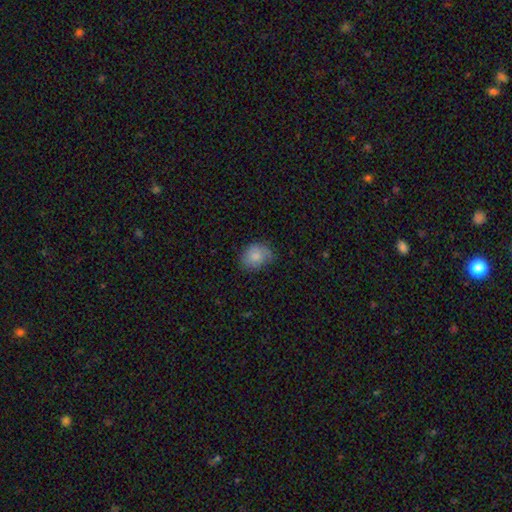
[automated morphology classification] Q: Smooth or featured?
A: smooth (80%); runner-up: featured or disk (13%)
Q: How rounded?
A: in between (56%); runner-up: round (43%)
Q: Merging?
A: none (67%); runner-up: minor disturbance (26%)